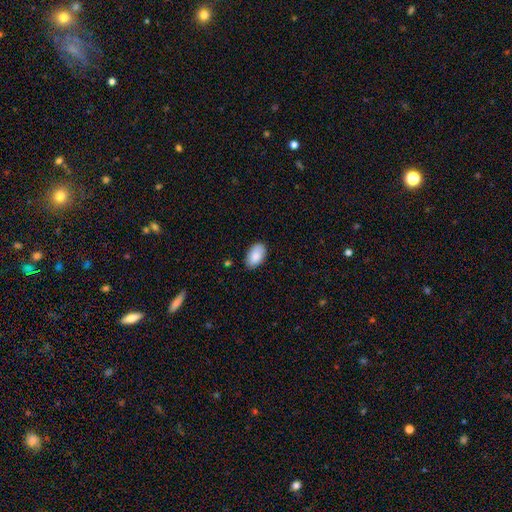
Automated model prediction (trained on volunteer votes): This is clearly a smooth galaxy (88%). How rounded: clearly in between (94%). Merging: clearly none (84%).